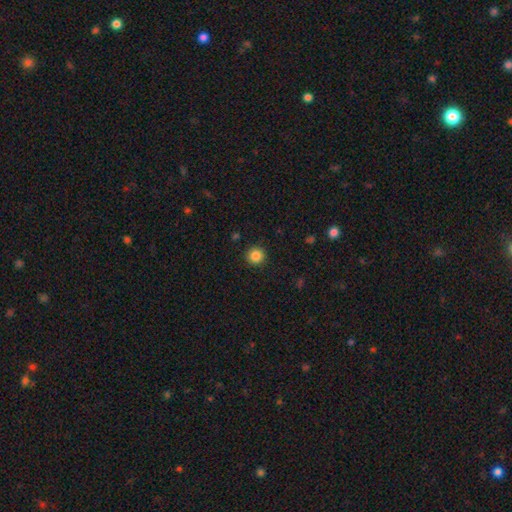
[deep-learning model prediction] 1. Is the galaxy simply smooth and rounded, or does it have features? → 86% smooth, 11% star or artifact, 4% featured or disk.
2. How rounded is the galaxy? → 95% round, 4% in between, 1% cigar-shaped.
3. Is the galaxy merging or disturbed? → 92% none, 5% minor disturbance, 2% major disturbance, 1% merger.